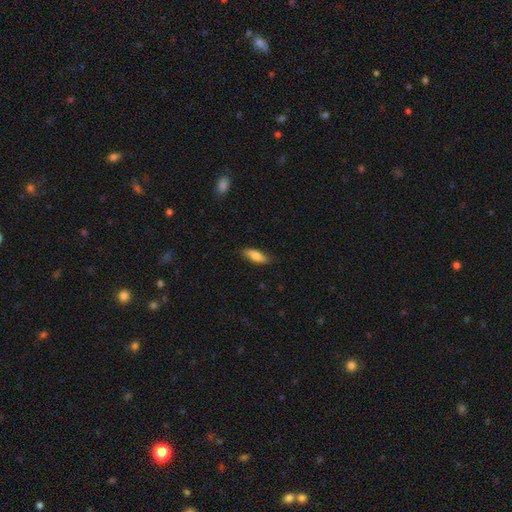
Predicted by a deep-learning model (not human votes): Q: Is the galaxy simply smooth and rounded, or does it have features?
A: smooth — 73%.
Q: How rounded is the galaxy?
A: in between — 57%.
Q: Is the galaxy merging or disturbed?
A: none — 83%.